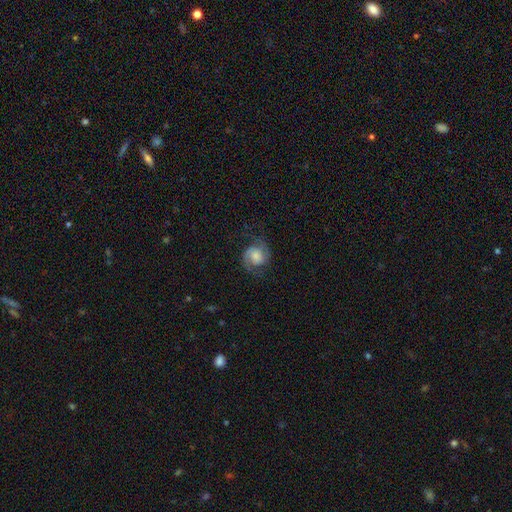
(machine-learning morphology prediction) This is likely a featured or disk galaxy (76%). It is clearly not viewed edge-on (98%). Bar: likely no (63%). Spiral arm pattern: clearly yes (96%). Spiral arm count: clearly 2 (91%). Spiral winding: possibly medium (51%). Central bulge: marginally moderate (37%). Merging: likely none (75%).